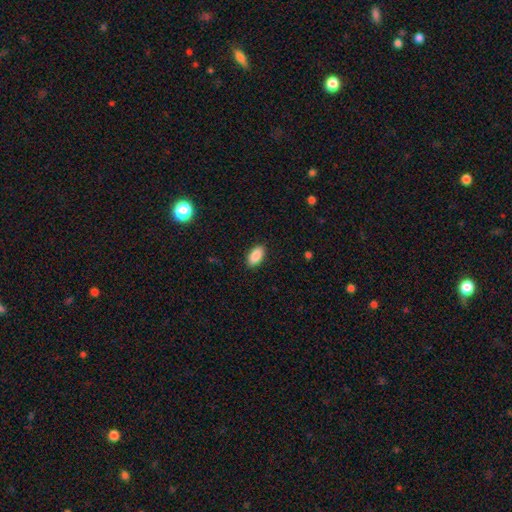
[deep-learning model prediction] smooth-or-featured: smooth: 89% | star or artifact: 7% | featured or disk: 4%
  how-rounded: in between: 93% | cigar-shaped: 3% | round: 3%
  merging: none: 89% | minor disturbance: 8% | major disturbance: 2% | merger: 1%